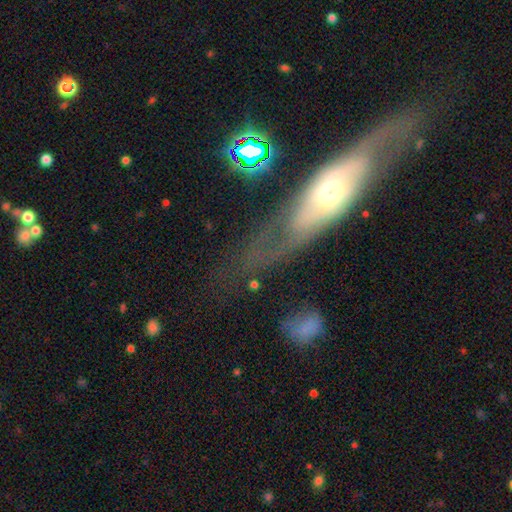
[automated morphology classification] Smooth or featured: featured or disk — 52% (smooth — 34%)
Edge-on disk: no — 60% (yes — 40%)
Merging: none — 53% (major disturbance — 23%)